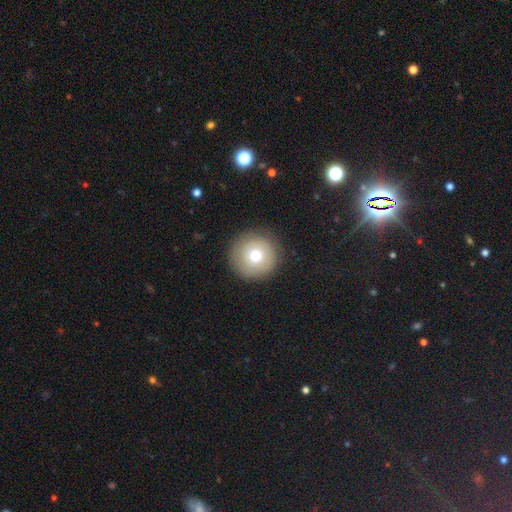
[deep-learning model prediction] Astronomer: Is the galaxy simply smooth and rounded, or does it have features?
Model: smooth — 74%.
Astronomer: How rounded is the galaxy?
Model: round — 96%.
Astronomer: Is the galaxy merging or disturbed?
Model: none — 89%.